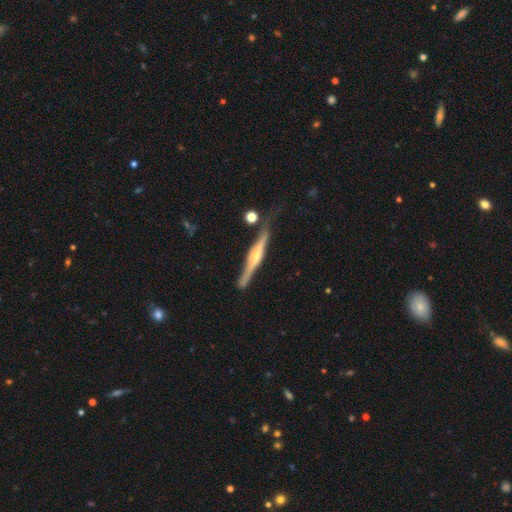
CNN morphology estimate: Overall: featured or disk (78%). Edge-on disk: yes (96%). Edge-on bulge: rounded (81%). Merging: none (68%).